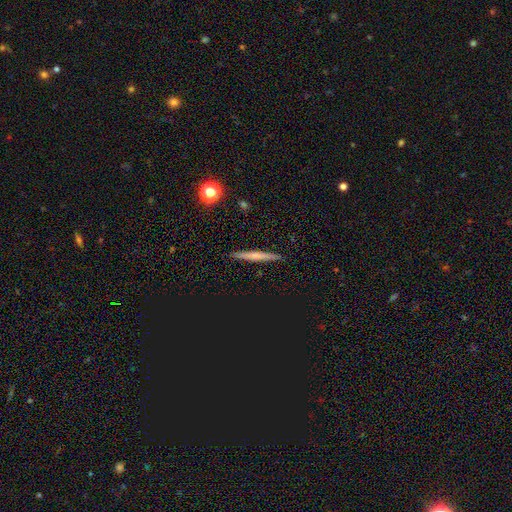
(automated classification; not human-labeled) The model was most divided on "smooth or featured": smooth: 49%, featured or disk: 41%, star or artifact: 11%. More confident: merging — none (92%).